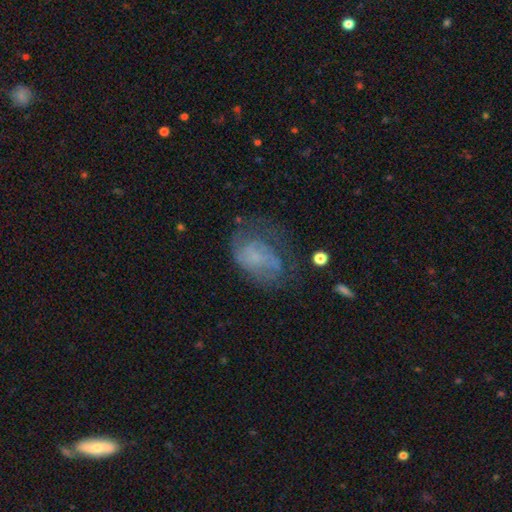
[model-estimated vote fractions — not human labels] The model was most divided on "smooth or featured": featured or disk: 51%, smooth: 34%, star or artifact: 15%. Remaining: edge-on disk — no (97%); merging — none (45%).